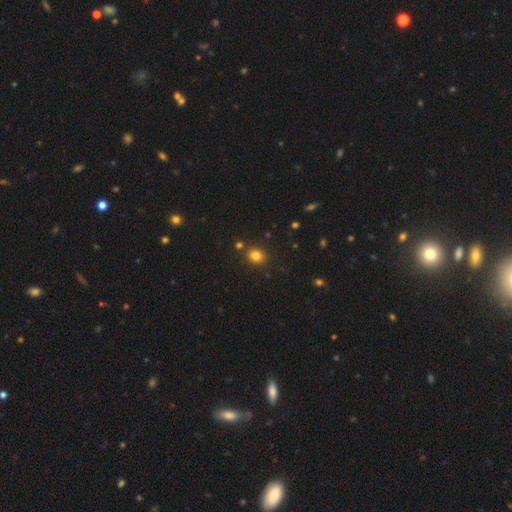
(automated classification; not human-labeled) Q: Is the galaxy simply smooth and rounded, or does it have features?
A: smooth — 81%.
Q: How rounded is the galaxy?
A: round — 77%.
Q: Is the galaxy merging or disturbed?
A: none — 84%.